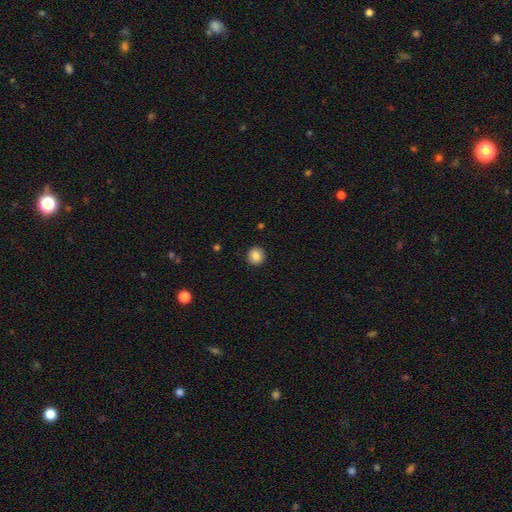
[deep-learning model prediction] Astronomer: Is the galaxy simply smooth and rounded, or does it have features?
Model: smooth — 86%.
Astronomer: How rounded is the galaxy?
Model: round — 91%.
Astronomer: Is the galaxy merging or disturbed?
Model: none — 91%.